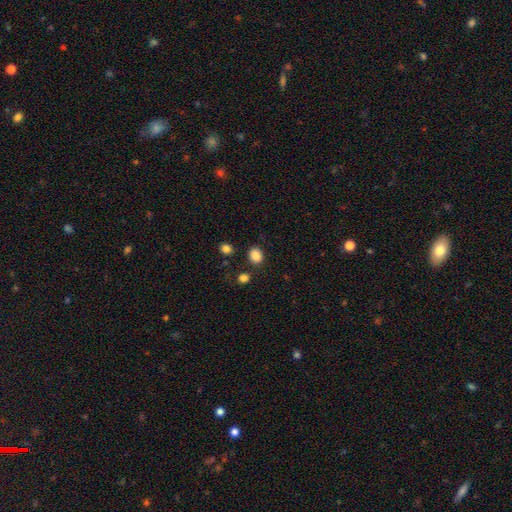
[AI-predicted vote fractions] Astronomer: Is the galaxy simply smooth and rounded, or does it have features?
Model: smooth — 86%.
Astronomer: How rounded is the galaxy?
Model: round — 55% (runner-up: in between, 44%).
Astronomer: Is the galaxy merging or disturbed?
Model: none — 81%.